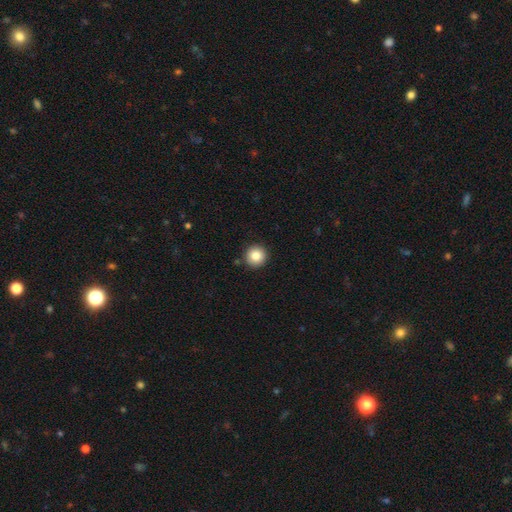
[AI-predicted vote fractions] Overall: smooth (84%). How rounded: round (95%). Merging: none (90%).